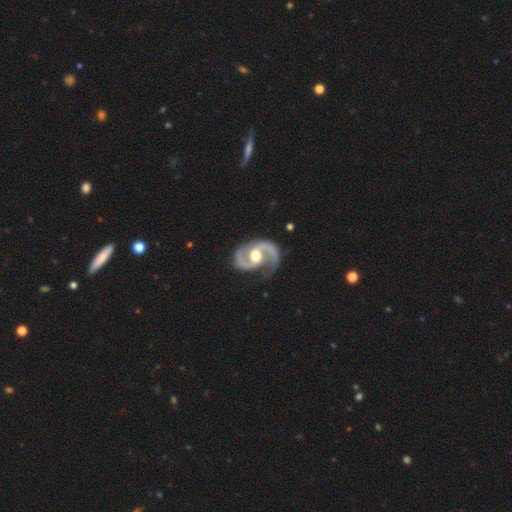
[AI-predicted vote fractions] The model was most divided on "bar": no: 42%, weak: 41%, strong: 17%. More confident: edge-on disk — no (98%); spiral arms — yes (98%); spiral arm count — 2 (94%); smooth or featured — featured or disk (94%); merging — none (79%); bulge size — moderate (75%); spiral winding — medium (64%).